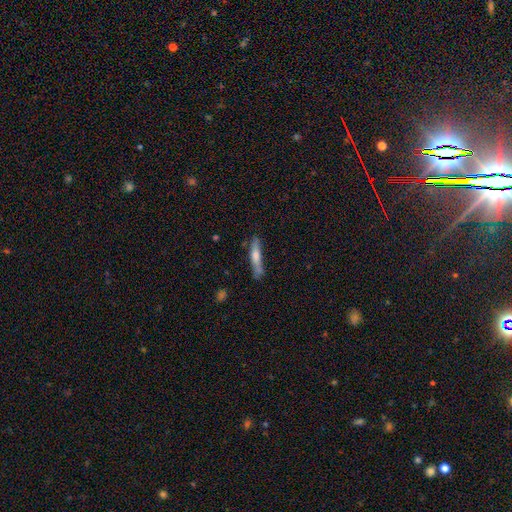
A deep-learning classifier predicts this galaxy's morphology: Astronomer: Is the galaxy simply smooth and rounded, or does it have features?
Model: smooth — 57% (runner-up: featured or disk, 37%).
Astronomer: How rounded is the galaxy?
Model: cigar-shaped — 89%.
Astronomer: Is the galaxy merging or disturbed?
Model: none — 75%.